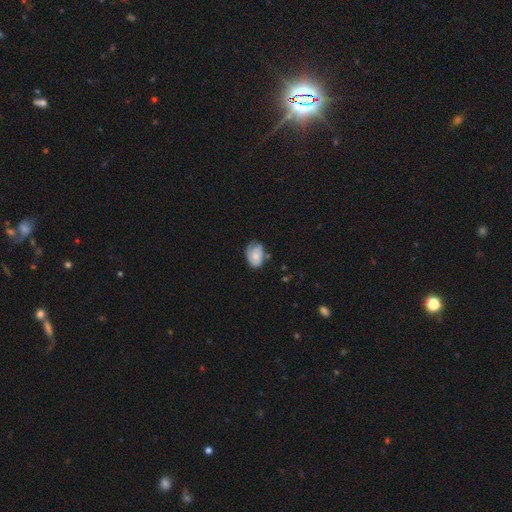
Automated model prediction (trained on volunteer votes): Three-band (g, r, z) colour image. It shows a smooth galaxy with no disk features (48%). Merging: none (52%).